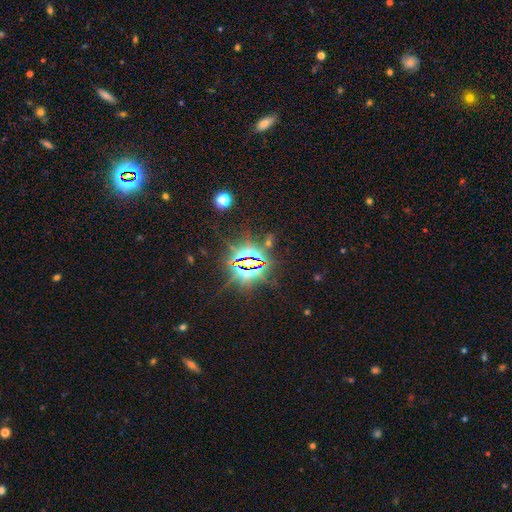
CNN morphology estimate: type=star or artifact (85%).